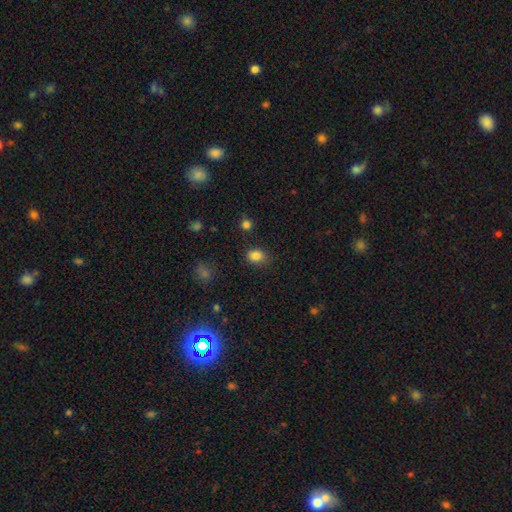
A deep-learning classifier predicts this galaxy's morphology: A smooth galaxy with no disk features (83%) that is in between round and cigar-shaped (59%). Merging: none (79%).